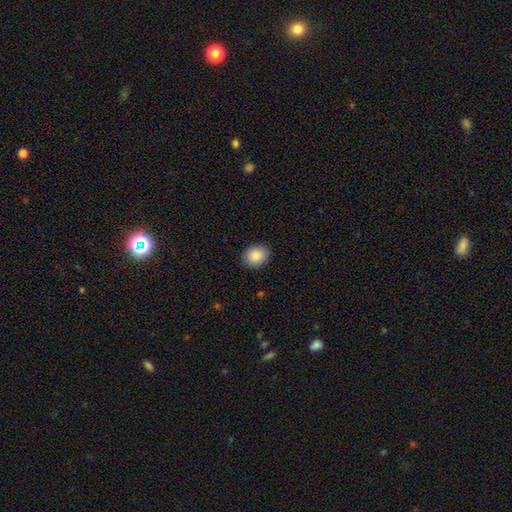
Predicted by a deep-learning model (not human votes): A smooth galaxy with no disk features (88%) that is round (53%).

Vote fractions:
- Smooth or featured? smooth: 88% / star or artifact: 8% / featured or disk: 4%
- How rounded? round: 53% / in between: 46% / cigar-shaped: 1%
- Merging? none: 89% / minor disturbance: 8% / major disturbance: 2% / merger: 1%